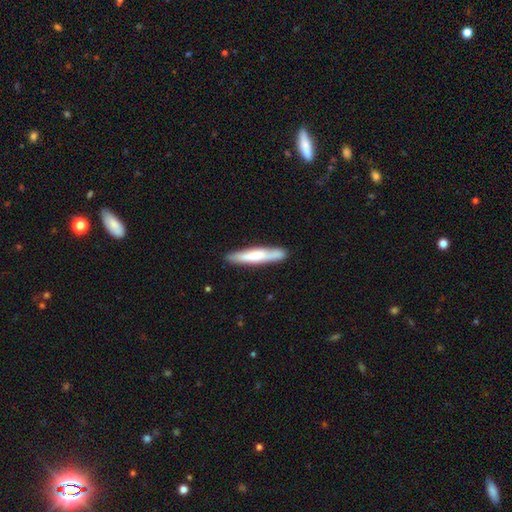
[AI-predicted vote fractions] smooth 60%, featured or disk 35%, star or artifact 5%. Down the decision tree: how rounded — cigar-shaped (91%); merging — none (84%).